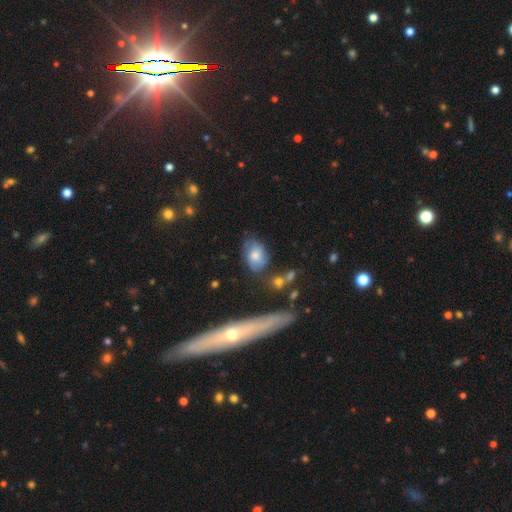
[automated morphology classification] Smooth or featured: smooth — 70% (featured or disk — 21%)
How rounded: in between — 77% (round — 21%)
Merging: none — 60% (minor disturbance — 25%)